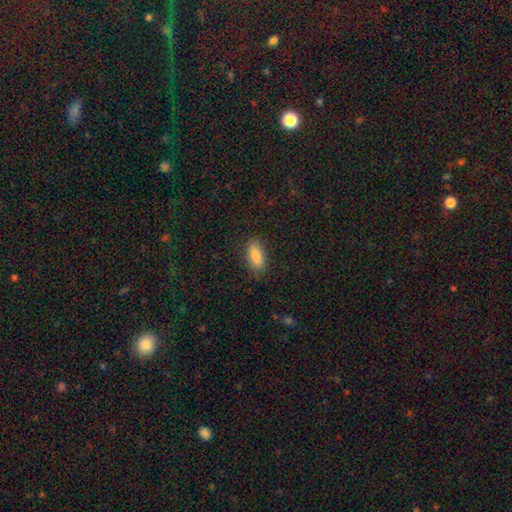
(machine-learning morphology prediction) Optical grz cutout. It shows a smooth galaxy with no disk features (86%) that is in between round and cigar-shaped (82%). Merging: none (86%).